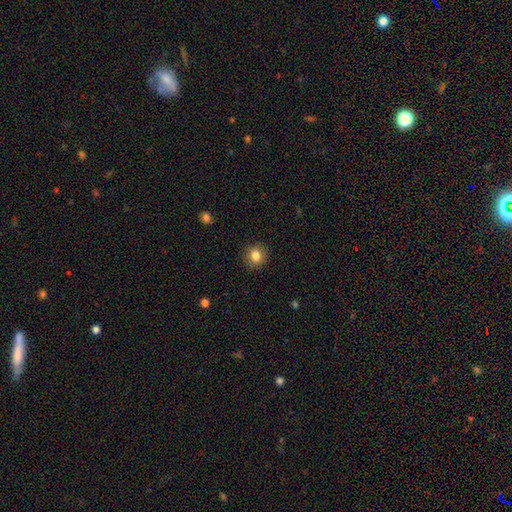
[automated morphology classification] smooth-or-featured: smooth: 83% | star or artifact: 10% | featured or disk: 7%
  how-rounded: round: 82% | in between: 17% | cigar-shaped: 1%
  merging: none: 90% | minor disturbance: 7% | major disturbance: 2% | merger: 1%